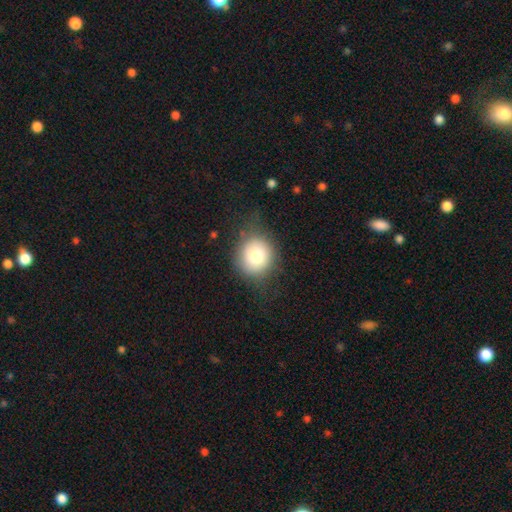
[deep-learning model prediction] Smooth or featured: smooth — 76% (featured or disk — 14%)
How rounded: round — 86% (in between — 13%)
Merging: none — 75% (minor disturbance — 17%)